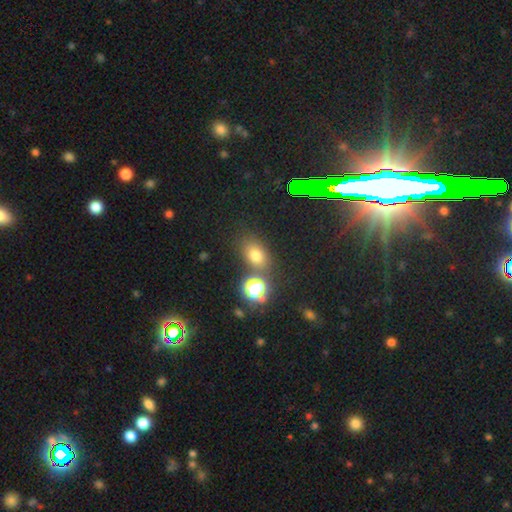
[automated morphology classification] Q: Smooth or featured?
A: smooth (65%); runner-up: star or artifact (26%)
Q: How rounded?
A: in between (61%); runner-up: round (38%)
Q: Merging?
A: none (74%); runner-up: minor disturbance (11%)